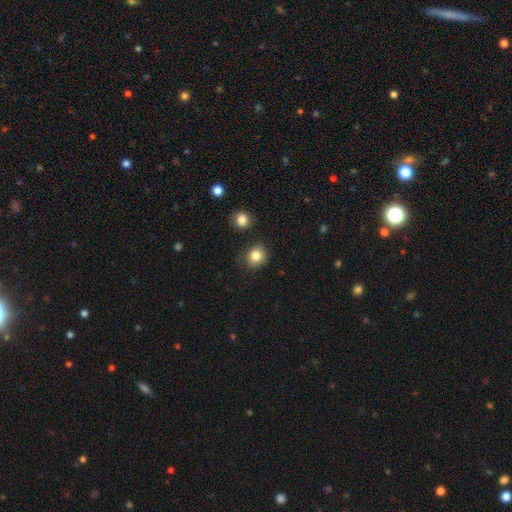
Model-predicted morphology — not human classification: smooth 84%, star or artifact 10%, featured or disk 6%. Down the decision tree: how rounded — round (73%); merging — none (82%).